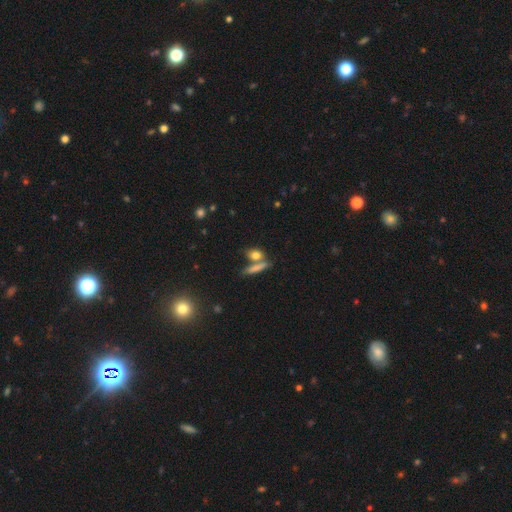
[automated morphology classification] The model was most divided on "merging": none: 54%, merger: 31%, minor disturbance: 10%, major disturbance: 4%. Remaining: smooth or featured — smooth (75%); how rounded — in between (50%).